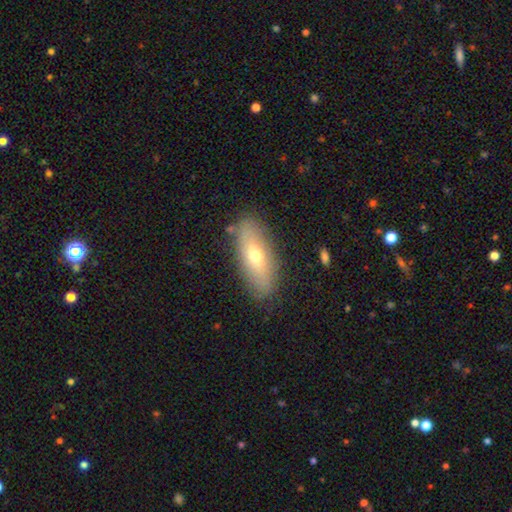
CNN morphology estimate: A smooth galaxy with no disk features (59%) that is in between round and cigar-shaped (72%).

Vote fractions:
- Smooth or featured? smooth: 59% / featured or disk: 33% / star or artifact: 8%
- How rounded? in between: 72% / cigar-shaped: 24% / round: 4%
- Merging? none: 84% / minor disturbance: 11% / major disturbance: 3% / merger: 2%